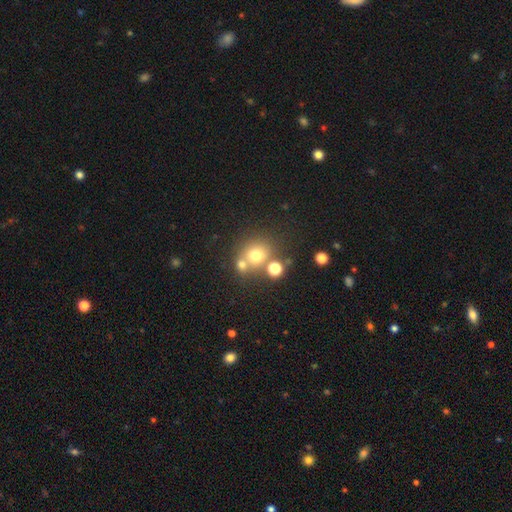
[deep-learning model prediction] smooth-or-featured: smooth: 70% | star or artifact: 17% | featured or disk: 13%
  how-rounded: round: 82% | in between: 17% | cigar-shaped: 1%
  merging: none: 53% | merger: 34% | minor disturbance: 9% | major disturbance: 4%